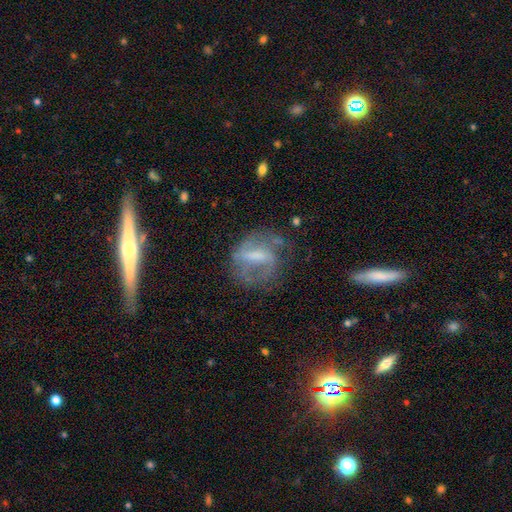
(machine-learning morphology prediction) Q: Smooth or featured?
A: featured or disk (69%); runner-up: smooth (22%)
Q: Edge-on disk?
A: no (95%); runner-up: yes (5%)
Q: Bar?
A: strong (43%); runner-up: weak (41%)
Q: Spiral arms?
A: yes (73%); runner-up: no (27%)
Q: Bulge size?
A: none (33%); runner-up: moderate (29%)
Q: Merging?
A: none (52%); runner-up: minor disturbance (23%)